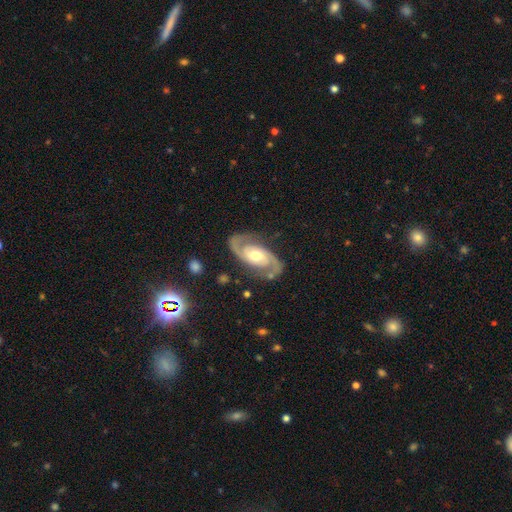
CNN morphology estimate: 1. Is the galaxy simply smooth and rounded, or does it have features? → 92% featured or disk, 4% star or artifact, 4% smooth.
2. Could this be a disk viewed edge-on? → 97% no, 3% yes.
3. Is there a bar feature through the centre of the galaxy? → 51% no, 34% weak, 15% strong.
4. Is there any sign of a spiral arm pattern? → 98% yes, 2% no.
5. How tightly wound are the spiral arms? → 53% medium, 35% tight, 12% loose.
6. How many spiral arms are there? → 94% 2, 2% can't tell, 1% 3, 1% 1, 1% 4, 1% more than 4.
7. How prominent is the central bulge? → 70% moderate, 21% small, 7% large, 1% none, 1% dominant.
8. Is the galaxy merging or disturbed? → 83% none, 12% minor disturbance, 4% major disturbance, 2% merger.